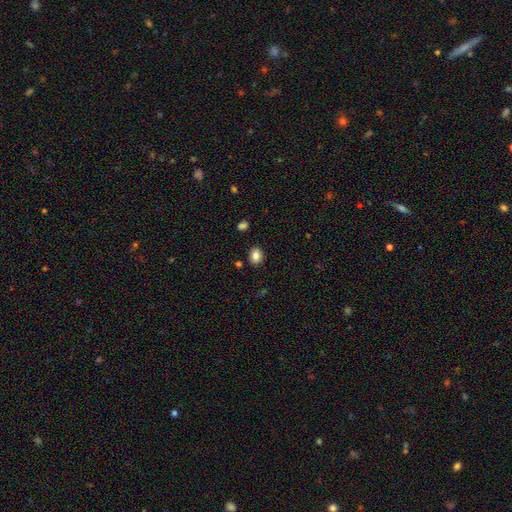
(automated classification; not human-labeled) This appears to be a smooth galaxy with no disk features (84%) that is round (51%). Merging: none (87%).